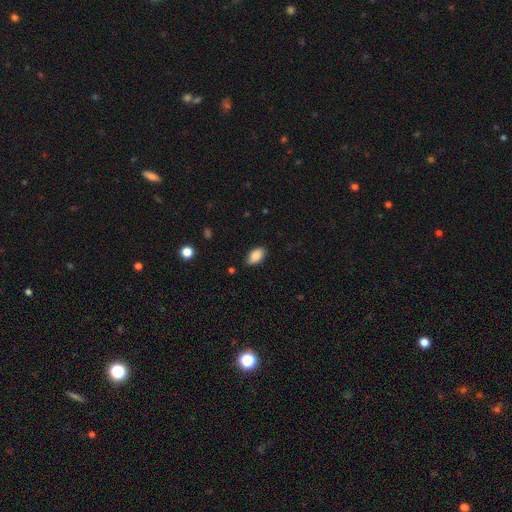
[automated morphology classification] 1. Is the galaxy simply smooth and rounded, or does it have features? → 88% smooth, 7% star or artifact, 5% featured or disk.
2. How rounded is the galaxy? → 93% in between, 6% round, 2% cigar-shaped.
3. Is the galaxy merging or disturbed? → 82% none, 14% minor disturbance, 3% major disturbance, 1% merger.